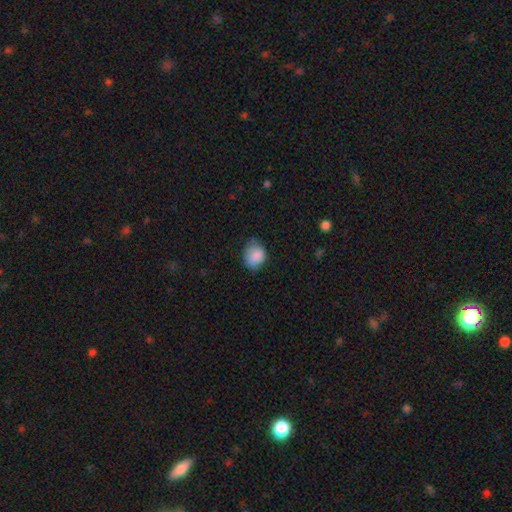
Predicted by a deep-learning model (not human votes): This is clearly a smooth galaxy (86%). How rounded: possibly round (52%). Merging: likely none (61%).